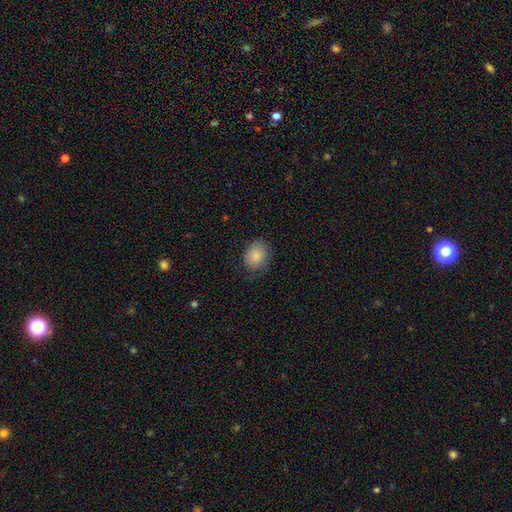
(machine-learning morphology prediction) type=smooth (85%); roundness=in between (55%); merging=none (70%).